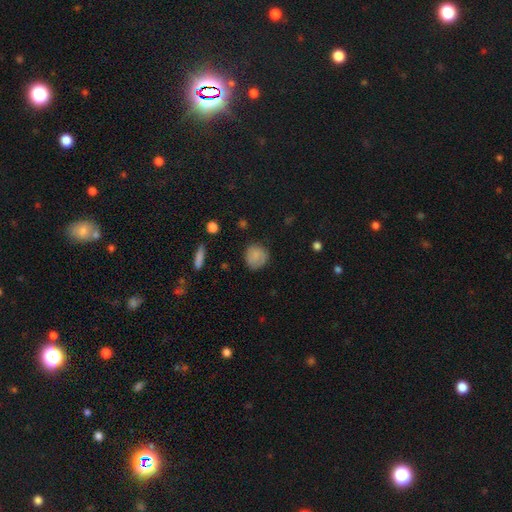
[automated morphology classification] Smooth or featured? smooth (81%)
How rounded? round (82%)
Merging? none (74%)